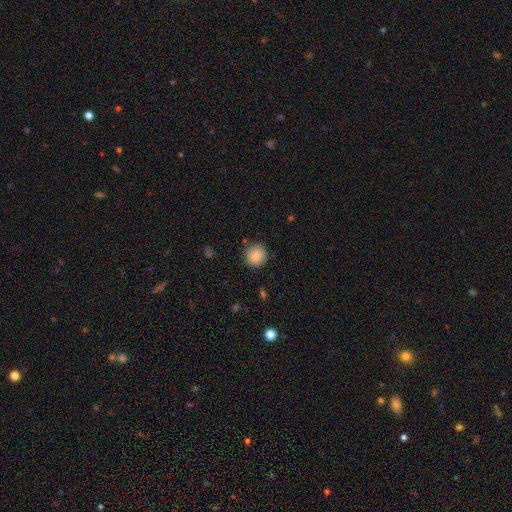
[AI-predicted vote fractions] Smooth or featured?
  - smooth: 85% *
  - star or artifact: 9%
  - featured or disk: 6%
How rounded?
  - round: 93% *
  - in between: 6%
  - cigar-shaped: 1%
Merging?
  - none: 88% *
  - minor disturbance: 8%
  - major disturbance: 2%
  - merger: 1%